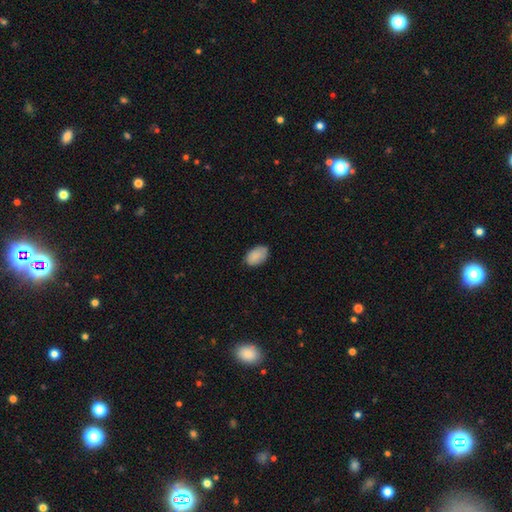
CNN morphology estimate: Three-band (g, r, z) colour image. It shows a smooth galaxy with no disk features (87%) that is in between round and cigar-shaped (90%). Merging: none (78%).